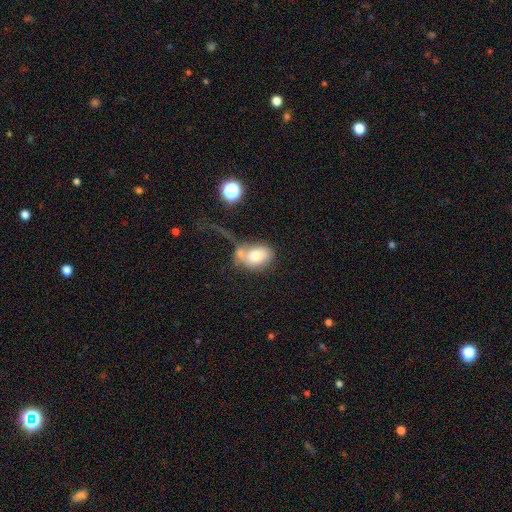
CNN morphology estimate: Smooth or featured? Predicted: smooth (p=0.73). How rounded? Predicted: in between (p=0.71). Merging? Predicted: merger (p=0.37).